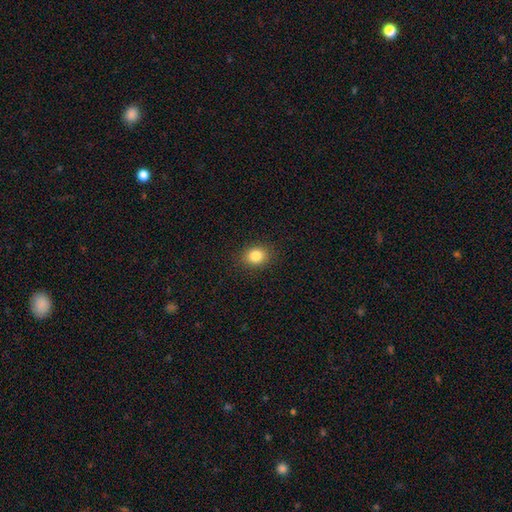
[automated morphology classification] Overall: smooth (83%). How rounded: round (62%; in between 37%). Merging: none (89%).